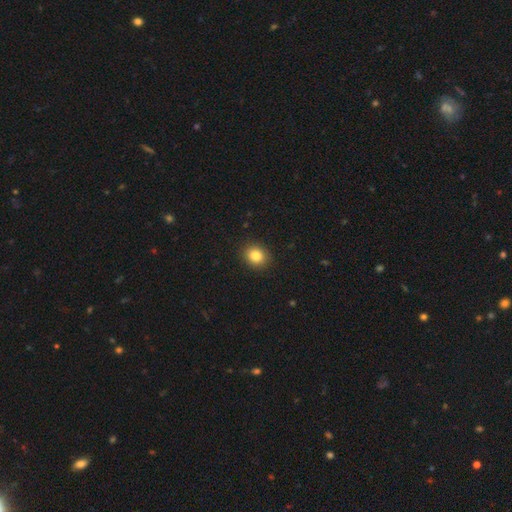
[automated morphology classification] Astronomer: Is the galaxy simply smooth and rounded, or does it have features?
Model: smooth — 84%.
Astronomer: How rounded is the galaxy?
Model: round — 70%.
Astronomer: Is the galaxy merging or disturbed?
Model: none — 91%.